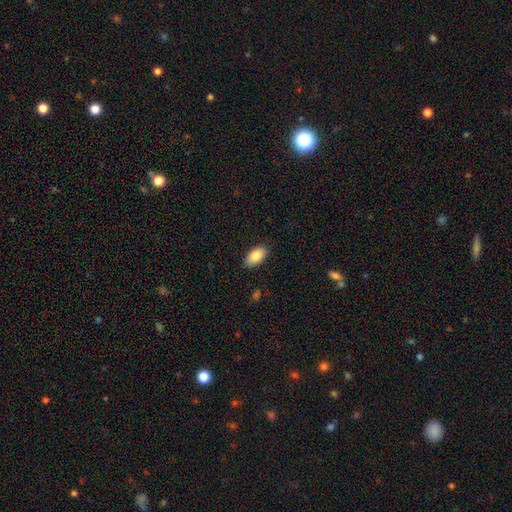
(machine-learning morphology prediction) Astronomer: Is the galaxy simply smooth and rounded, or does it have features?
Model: smooth — 84%.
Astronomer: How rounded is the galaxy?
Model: in between — 94%.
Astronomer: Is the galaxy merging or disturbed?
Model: none — 86%.